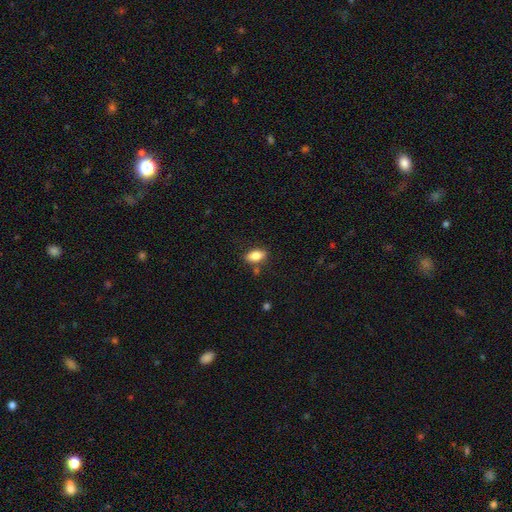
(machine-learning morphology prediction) smooth 82%, featured or disk 11%, star or artifact 8%. Down the decision tree: how rounded — in between (88%); merging — none (79%).